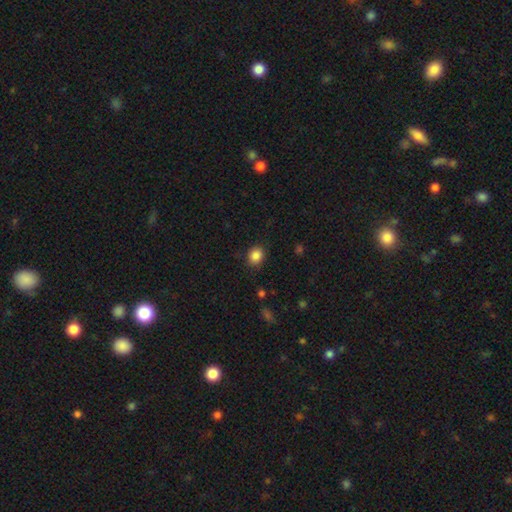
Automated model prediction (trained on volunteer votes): Morphology: type=smooth (86%); roundness=round (62%); merging=none (87%).